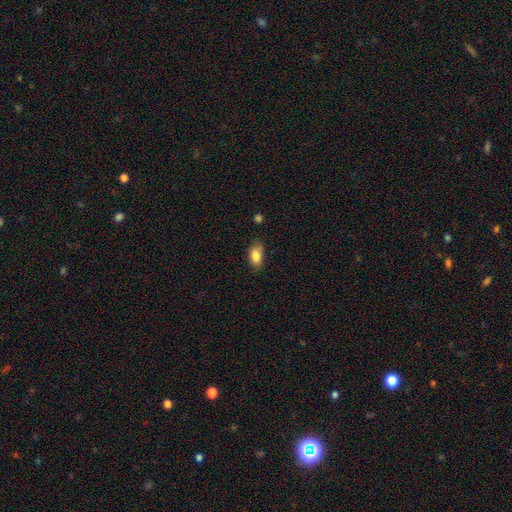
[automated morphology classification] Smooth or featured?
  - smooth: 85% *
  - featured or disk: 8%
  - star or artifact: 7%
How rounded?
  - in between: 90% *
  - round: 6%
  - cigar-shaped: 5%
Merging?
  - none: 77% *
  - minor disturbance: 18%
  - major disturbance: 3%
  - merger: 2%